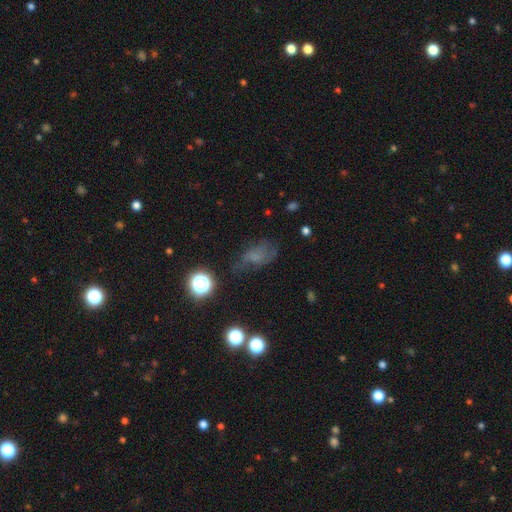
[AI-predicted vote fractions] Smooth or featured?
  - smooth: 45% *
  - featured or disk: 31%
  - star or artifact: 24%
Merging?
  - none: 47% *
  - minor disturbance: 26%
  - major disturbance: 24%
  - merger: 3%